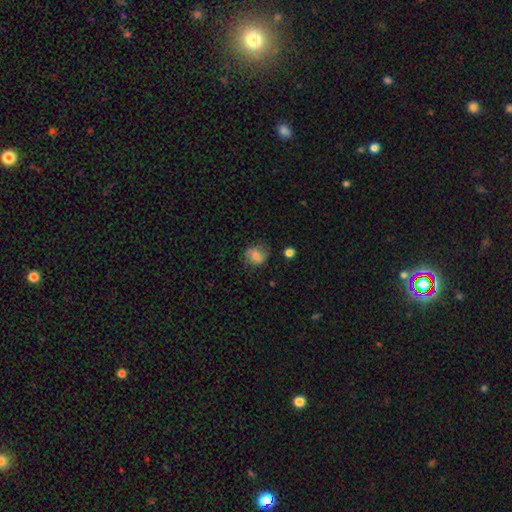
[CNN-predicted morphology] Overall: smooth (66%). How rounded: round (67%; in between 32%). Merging: none (72%).